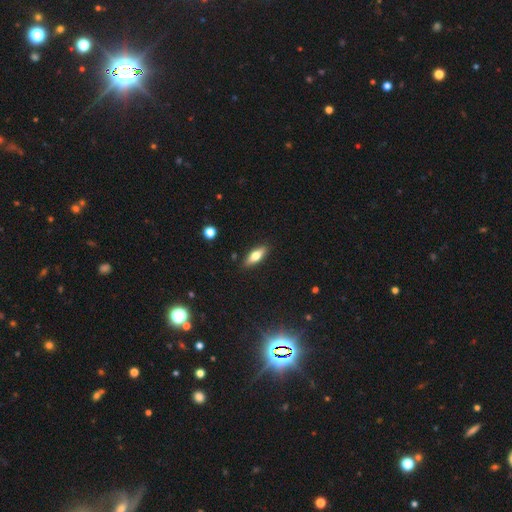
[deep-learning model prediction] smooth 63%, featured or disk 30%, star or artifact 7%. Down the decision tree: how rounded — in between (62%); merging — none (87%).